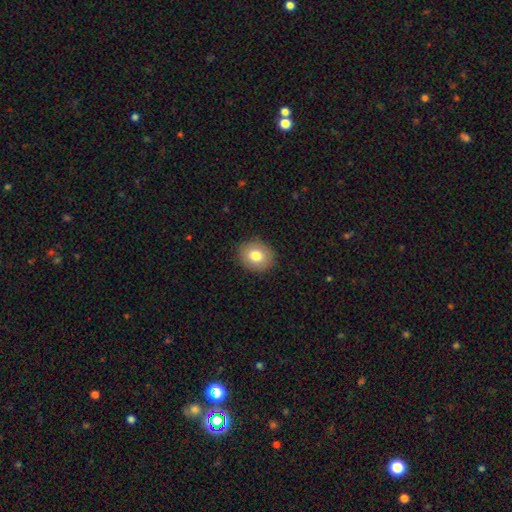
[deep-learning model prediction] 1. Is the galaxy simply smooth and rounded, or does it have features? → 79% smooth, 12% featured or disk, 9% star or artifact.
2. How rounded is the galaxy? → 64% round, 35% in between, 1% cigar-shaped.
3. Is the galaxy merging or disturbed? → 89% none, 8% minor disturbance, 2% major disturbance, 1% merger.